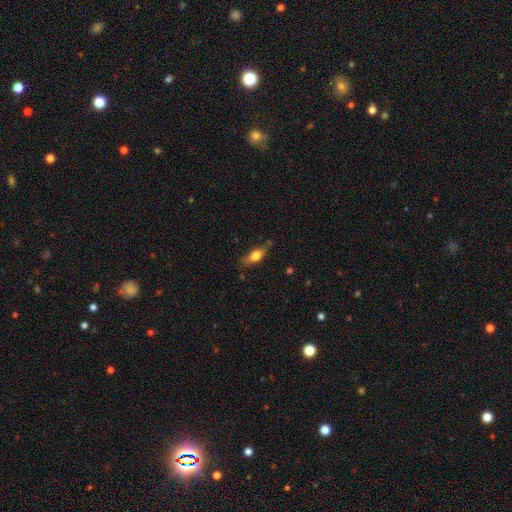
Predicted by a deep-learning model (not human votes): This is likely a smooth galaxy (63%). How rounded: likely in between (63%). Merging: likely none (70%).